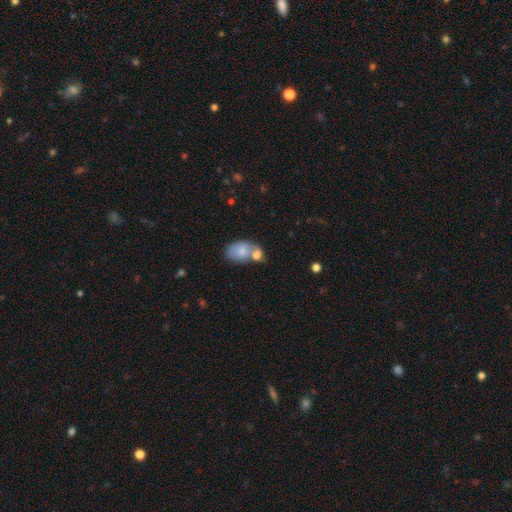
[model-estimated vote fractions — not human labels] A smooth galaxy with no disk features (74%) that is in between round and cigar-shaped (84%).

Vote fractions:
- Smooth or featured? smooth: 74% / featured or disk: 18% / star or artifact: 8%
- How rounded? in between: 84% / round: 14% / cigar-shaped: 2%
- Merging? merger: 45% / none: 35% / minor disturbance: 14% / major disturbance: 5%